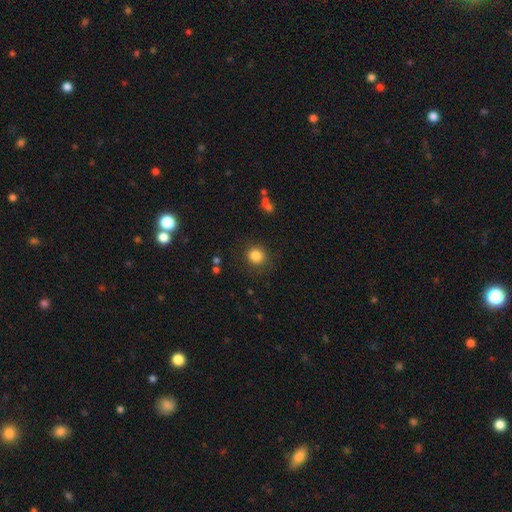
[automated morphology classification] Smooth or featured? Predicted: smooth (p=0.84). How rounded? Predicted: round (p=0.90). Merging? Predicted: none (p=0.86).